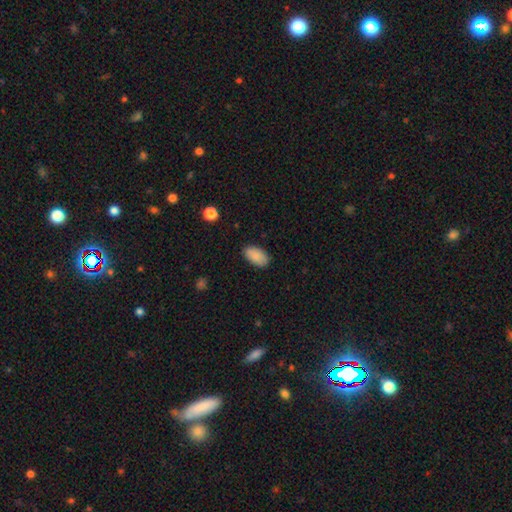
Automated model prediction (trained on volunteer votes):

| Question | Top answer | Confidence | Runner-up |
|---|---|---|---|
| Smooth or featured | smooth | 89% | star or artifact (7%) |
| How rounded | in between | 95% | round (3%) |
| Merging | none | 86% | minor disturbance (11%) |